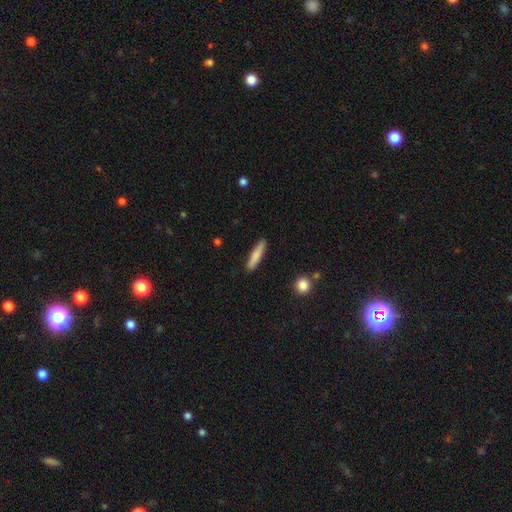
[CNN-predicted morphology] Smooth or featured?
  - smooth: 79% *
  - featured or disk: 16%
  - star or artifact: 6%
How rounded?
  - cigar-shaped: 88% *
  - in between: 11%
  - round: 2%
Merging?
  - none: 89% *
  - minor disturbance: 8%
  - major disturbance: 2%
  - merger: 1%